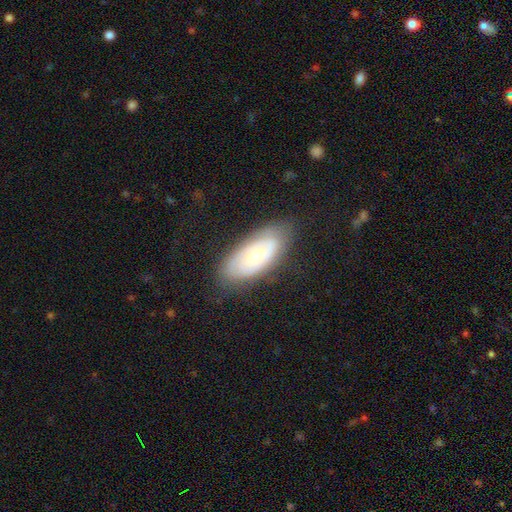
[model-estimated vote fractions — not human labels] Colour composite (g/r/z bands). It shows a featured or disk galaxy (54%). Merging: none (76%).